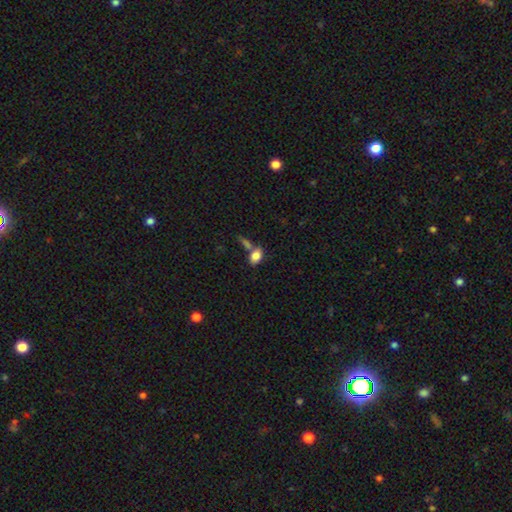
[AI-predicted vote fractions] A smooth galaxy with no disk features (82%) that is in between round and cigar-shaped (86%).

Vote fractions:
- Smooth or featured? smooth: 82% / featured or disk: 10% / star or artifact: 8%
- How rounded? in between: 86% / round: 11% / cigar-shaped: 3%
- Merging? none: 48% / merger: 33% / minor disturbance: 14% / major disturbance: 6%